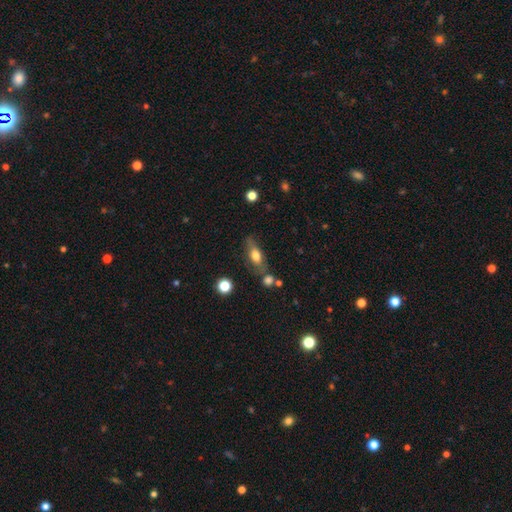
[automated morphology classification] smooth-or-featured: smooth: 64% | featured or disk: 27% | star or artifact: 8%
  how-rounded: in between: 71% | cigar-shaped: 23% | round: 7%
  merging: none: 60% | minor disturbance: 21% | merger: 11% | major disturbance: 8%